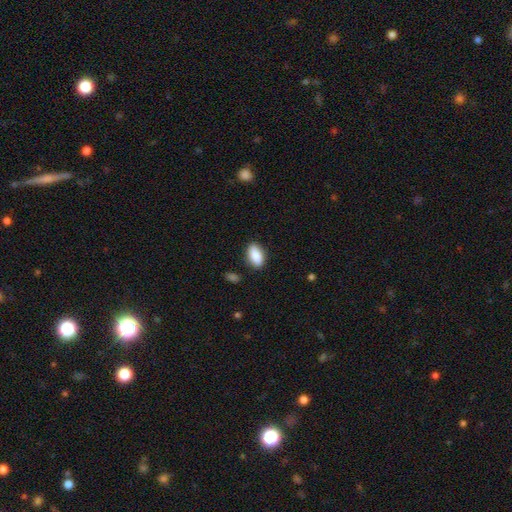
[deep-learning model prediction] Smooth or featured? Predicted: smooth (p=0.85). How rounded? Predicted: in between (p=0.88). Merging? Predicted: none (p=0.84).